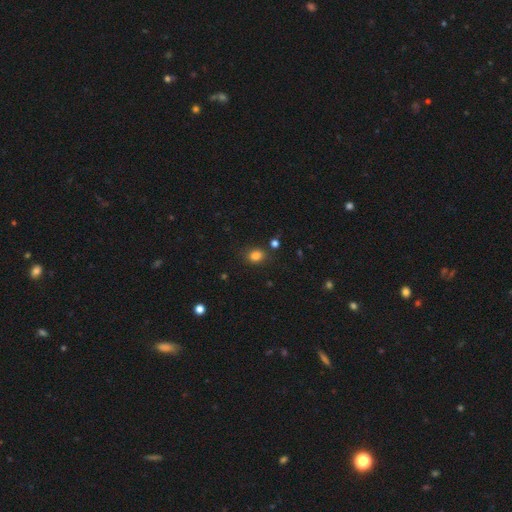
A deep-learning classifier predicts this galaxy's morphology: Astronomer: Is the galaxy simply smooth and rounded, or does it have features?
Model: smooth — 82%.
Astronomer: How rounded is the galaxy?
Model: round — 50% (runner-up: in between, 49%).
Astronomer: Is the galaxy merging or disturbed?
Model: none — 79%.